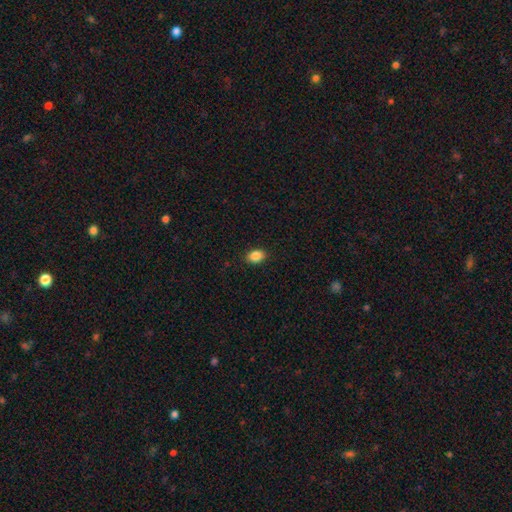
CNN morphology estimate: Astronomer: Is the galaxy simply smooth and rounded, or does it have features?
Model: smooth — 87%.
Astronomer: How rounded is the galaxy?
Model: in between — 75%.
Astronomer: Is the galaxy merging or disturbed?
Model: none — 88%.